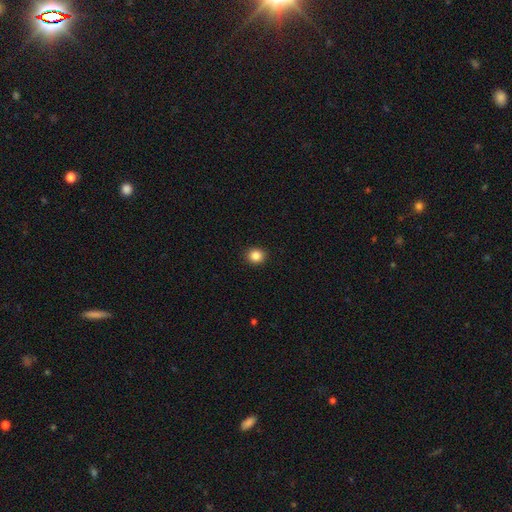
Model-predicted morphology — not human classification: This is clearly a smooth galaxy (86%). How rounded: clearly round (83%). Merging: clearly none (92%).